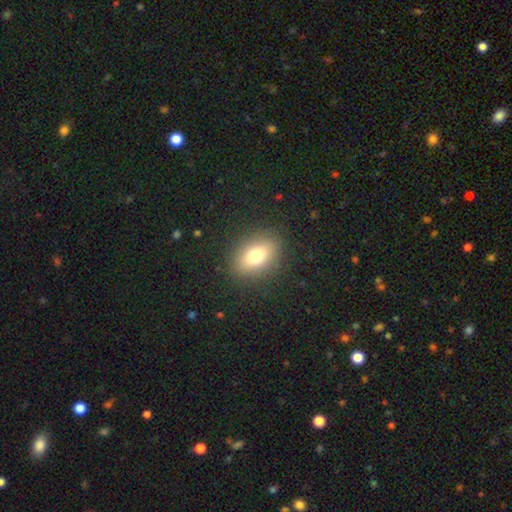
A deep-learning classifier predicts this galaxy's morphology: type=smooth (77%); roundness=in between (79%); merging=none (87%).